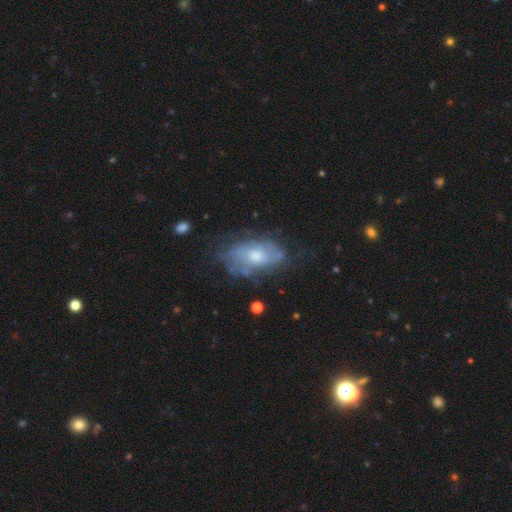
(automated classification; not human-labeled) smooth_or_featured: featured or disk (p=0.65) [alt: smooth p=0.27]
disk_edge_on: no (p=0.93) [alt: yes p=0.07]
bar: no (p=0.74) [alt: weak p=0.22]
has_spiral_arms: yes (p=0.68) [alt: no p=0.32]
bulge_size: moderate (p=0.61) [alt: small p=0.21]
merging: none (p=0.61) [alt: minor disturbance p=0.24]